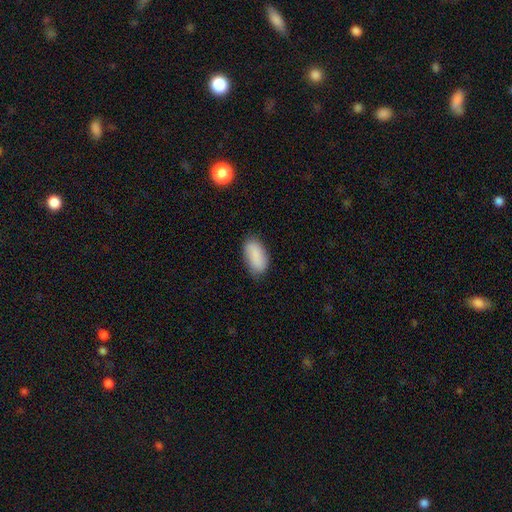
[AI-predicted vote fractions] A smooth galaxy with no disk features (87%) that is in between round and cigar-shaped (93%). Merging: none (78%).